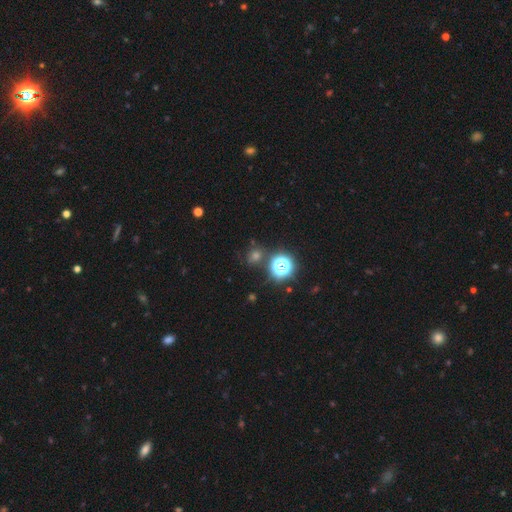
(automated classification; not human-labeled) smooth-or-featured: smooth: 46% | star or artifact: 45% | featured or disk: 9%
  merging: none: 77% | minor disturbance: 11% | merger: 8% | major disturbance: 4%